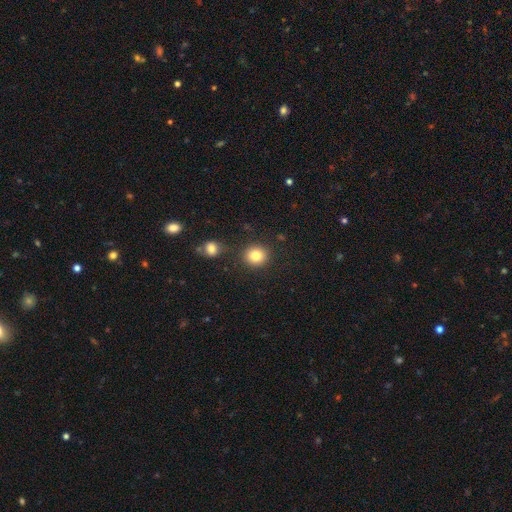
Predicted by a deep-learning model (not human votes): Smooth or featured: smooth — 82% (star or artifact — 11%)
How rounded: round — 85% (in between — 14%)
Merging: none — 85% (minor disturbance — 8%)